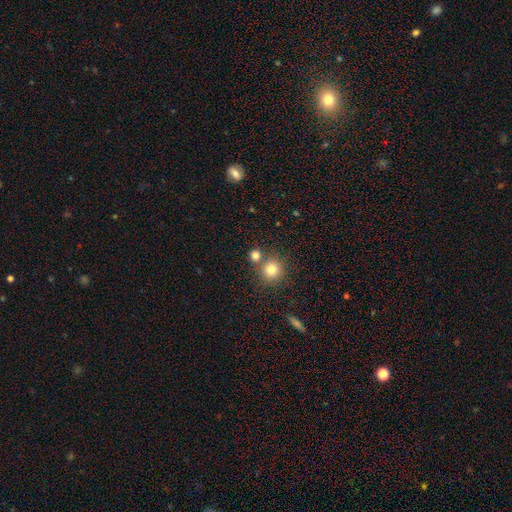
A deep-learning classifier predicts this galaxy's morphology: Smooth or featured?
  - smooth: 79% *
  - star or artifact: 14%
  - featured or disk: 7%
How rounded?
  - round: 88% *
  - in between: 11%
  - cigar-shaped: 1%
Merging?
  - none: 67% *
  - merger: 23%
  - minor disturbance: 7%
  - major disturbance: 3%